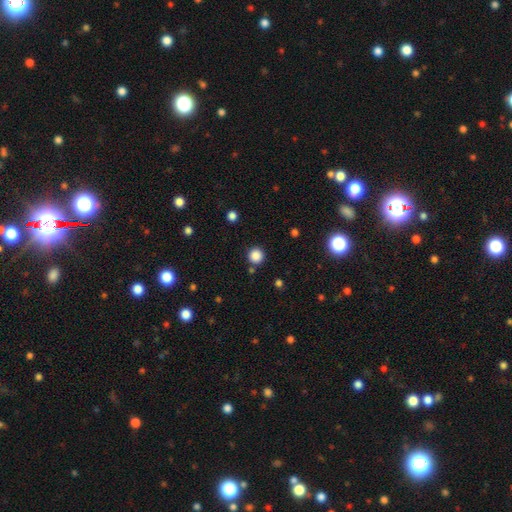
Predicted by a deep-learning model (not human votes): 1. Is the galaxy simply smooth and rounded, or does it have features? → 85% smooth, 12% star or artifact, 3% featured or disk.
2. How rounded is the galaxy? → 95% round, 4% in between, 1% cigar-shaped.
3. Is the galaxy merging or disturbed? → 87% none, 6% minor disturbance, 4% merger, 2% major disturbance.